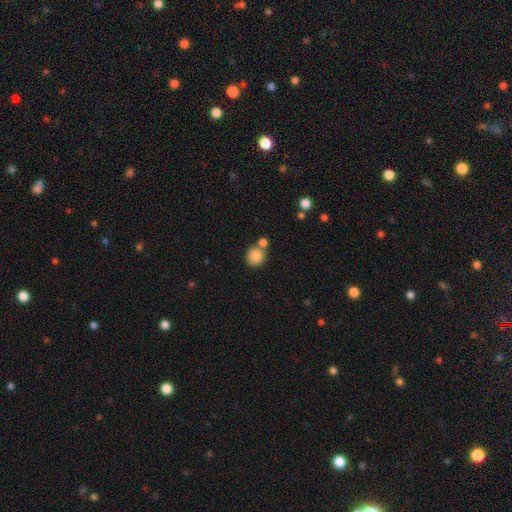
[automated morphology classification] Smooth or featured: smooth — 85% (star or artifact — 9%)
How rounded: round — 89% (in between — 10%)
Merging: none — 64% (merger — 24%)